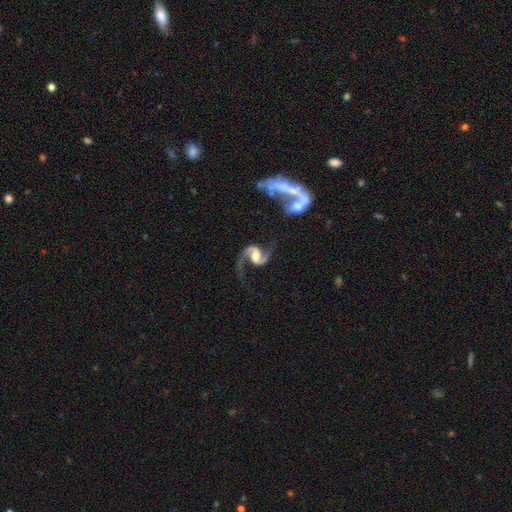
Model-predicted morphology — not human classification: type=featured or disk (92%); edge-on=no (98%); bar=weak (43%); spiral arms=yes (98%); winding=loose (47%); arm count=2 (94%); bulge=moderate (64%); merging=none (68%).